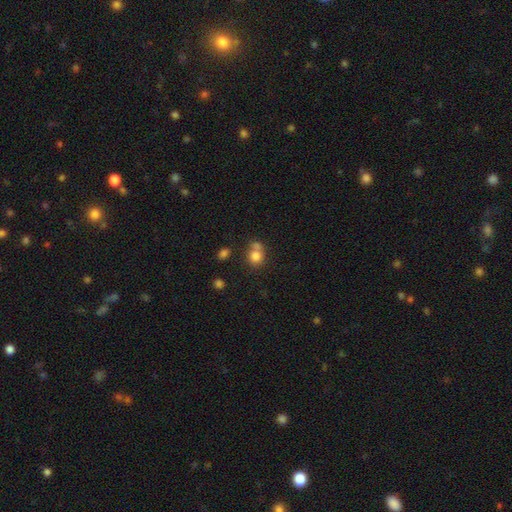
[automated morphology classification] smooth-or-featured: smooth: 80% | star or artifact: 11% | featured or disk: 9%
  how-rounded: round: 74% | in between: 25% | cigar-shaped: 1%
  merging: none: 47% | merger: 35% | minor disturbance: 13% | major disturbance: 6%